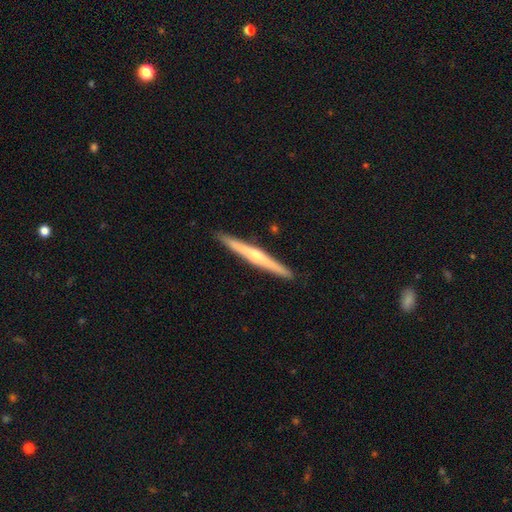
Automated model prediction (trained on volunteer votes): Smooth or featured?
  - featured or disk: 68% *
  - smooth: 27%
  - star or artifact: 5%
Edge-on disk?
  - yes: 98% *
  - no: 2%
Edge-on bulge?
  - rounded: 75% *
  - none: 20%
  - boxy: 4%
Merging?
  - none: 92% *
  - minor disturbance: 6%
  - major disturbance: 1%
  - merger: 1%